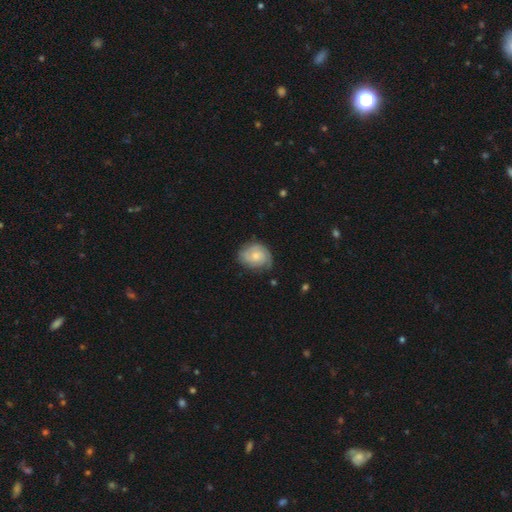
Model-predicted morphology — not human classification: Q: Smooth or featured?
A: featured or disk (67%); runner-up: smooth (27%)
Q: Edge-on disk?
A: no (98%); runner-up: yes (2%)
Q: Bar?
A: no (73%); runner-up: weak (24%)
Q: Spiral arms?
A: yes (92%); runner-up: no (8%)
Q: Spiral winding?
A: tight (65%); runner-up: medium (27%)
Q: Spiral arm count?
A: 2 (41%); runner-up: can't tell (27%)
Q: Bulge size?
A: small (56%); runner-up: moderate (36%)
Q: Merging?
A: none (72%); runner-up: minor disturbance (21%)